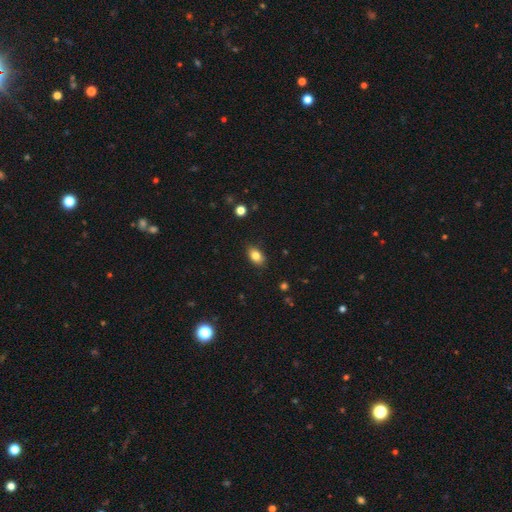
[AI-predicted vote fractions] A smooth galaxy with no disk features (83%) that is in between round and cigar-shaped (87%). Merging: none (87%).